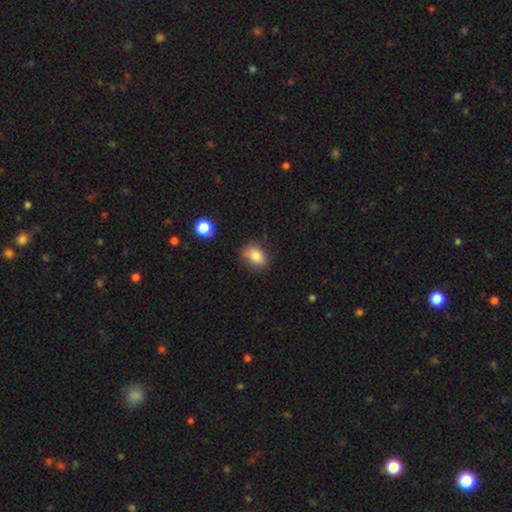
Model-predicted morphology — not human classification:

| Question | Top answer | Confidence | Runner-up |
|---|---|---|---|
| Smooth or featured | smooth | 83% | star or artifact (10%) |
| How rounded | in between | 74% | round (24%) |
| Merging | none | 76% | minor disturbance (17%) |